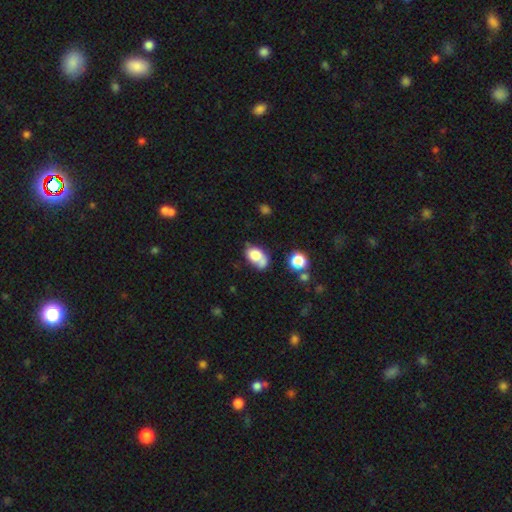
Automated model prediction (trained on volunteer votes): smooth 72%, featured or disk 18%, star or artifact 10%. Down the decision tree: how rounded — in between (72%); merging — none (33%, tied with merger).